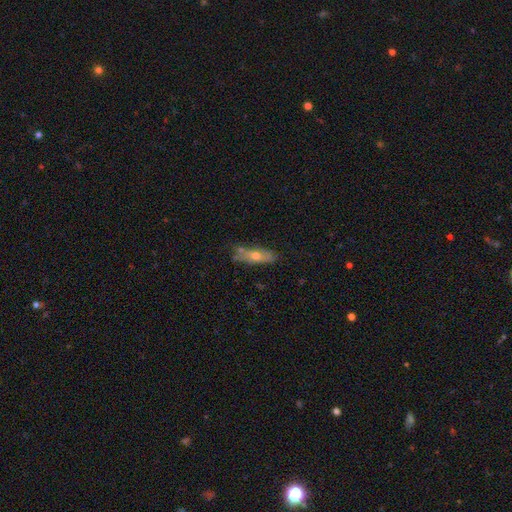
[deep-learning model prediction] This is possibly a smooth galaxy (54%). How rounded: possibly in between (57%). Merging: likely none (63%).